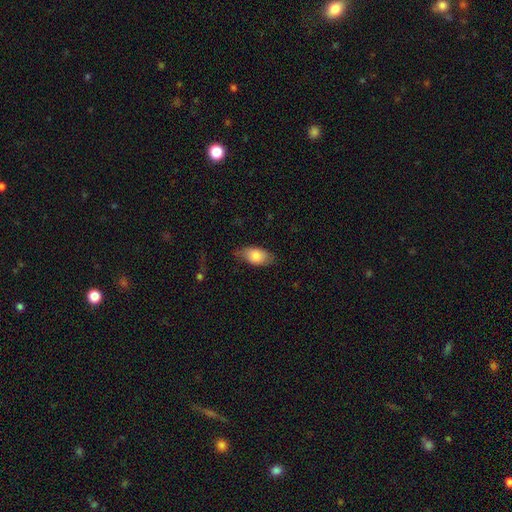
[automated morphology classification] Smooth or featured: smooth — 81% (featured or disk — 12%)
How rounded: in between — 91% (round — 6%)
Merging: none — 68% (minor disturbance — 23%)